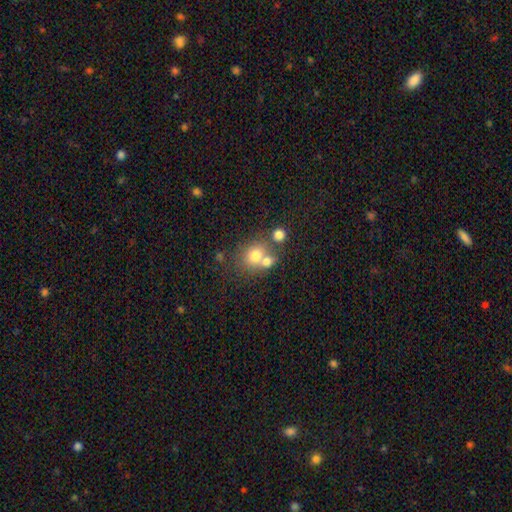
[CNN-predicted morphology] Smooth or featured?
  - smooth: 73% *
  - featured or disk: 15%
  - star or artifact: 12%
How rounded?
  - round: 65% *
  - in between: 34%
  - cigar-shaped: 1%
Merging?
  - merger: 44% *
  - none: 42%
  - minor disturbance: 9%
  - major disturbance: 5%